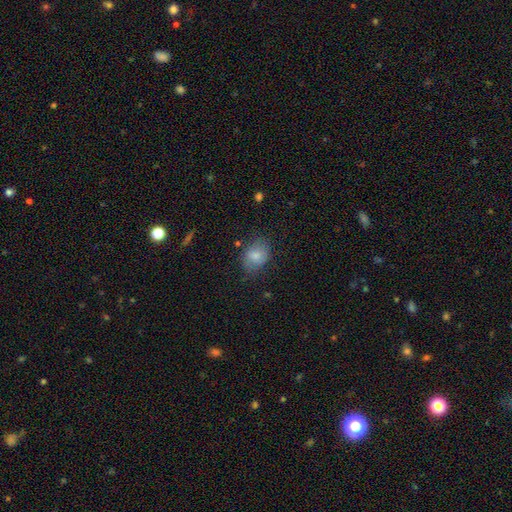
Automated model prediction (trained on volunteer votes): The model was most divided on "how rounded": in between: 62%, round: 37%, cigar-shaped: 1%. More confident: smooth or featured — smooth (80%); merging — none (69%).